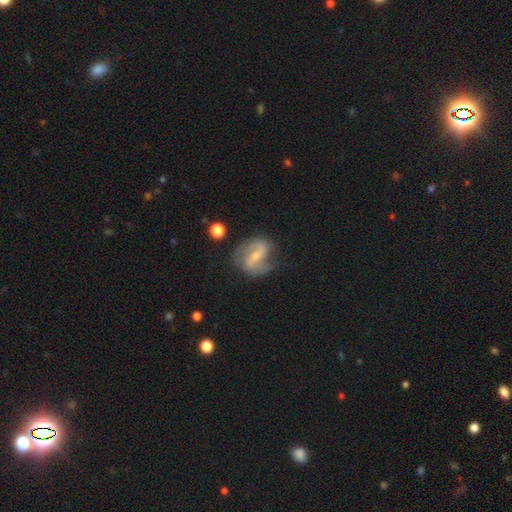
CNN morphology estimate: Smooth or featured? Predicted: featured or disk (p=0.84). Edge-on disk? Predicted: no (p=0.97). Bar? Predicted: weak (p=0.42). Spiral arms? Predicted: yes (p=0.94). Spiral winding? Predicted: medium (p=0.47). Spiral arm count? Predicted: 2 (p=0.89). Bulge size? Predicted: small (p=0.60). Merging? Predicted: none (p=0.70).